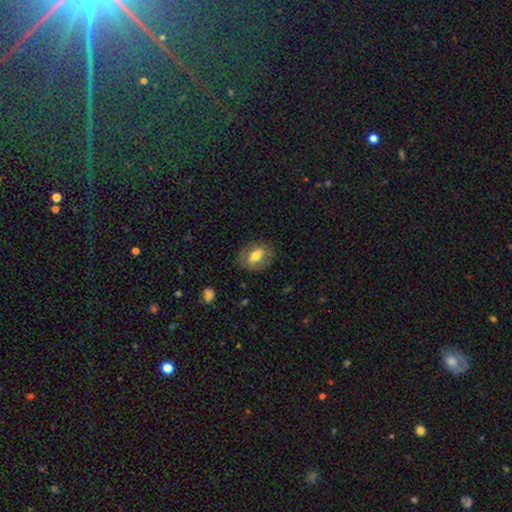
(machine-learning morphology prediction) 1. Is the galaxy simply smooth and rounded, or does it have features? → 60% smooth, 32% featured or disk, 8% star or artifact.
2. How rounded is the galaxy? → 69% in between, 30% round, 2% cigar-shaped.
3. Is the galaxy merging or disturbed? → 79% none, 14% minor disturbance, 6% major disturbance, 1% merger.